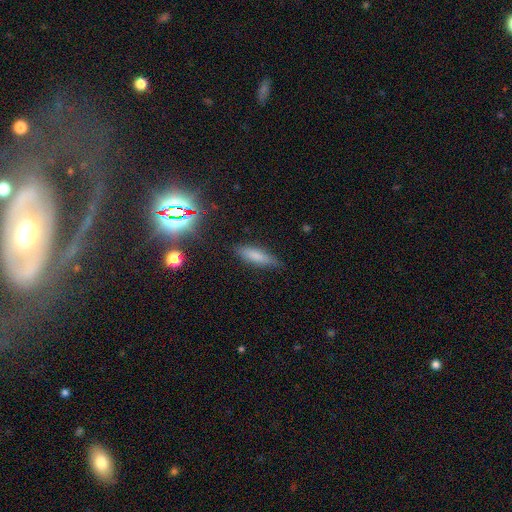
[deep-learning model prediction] A smooth galaxy with no disk features (75%) that is cigar-shaped (59%).

Vote fractions:
- Smooth or featured? smooth: 75% / featured or disk: 14% / star or artifact: 12%
- How rounded? cigar-shaped: 59% / in between: 39% / round: 2%
- Merging? none: 81% / minor disturbance: 14% / major disturbance: 3% / merger: 2%